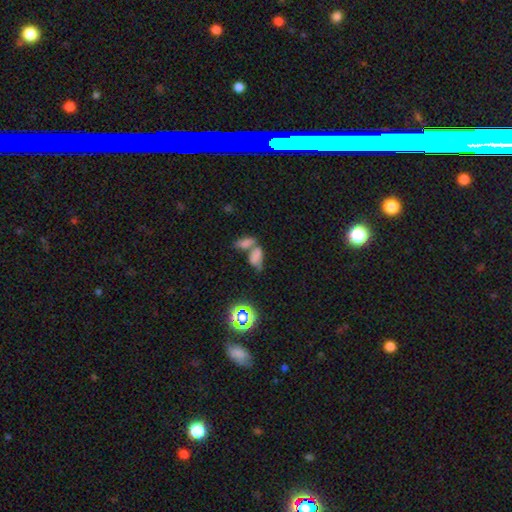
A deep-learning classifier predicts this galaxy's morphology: A smooth galaxy with no disk features (67%) that is in between round and cigar-shaped (87%).

Vote fractions:
- Smooth or featured? smooth: 67% / star or artifact: 17% / featured or disk: 16%
- How rounded? in between: 87% / cigar-shaped: 7% / round: 6%
- Merging? merger: 65% / none: 19% / minor disturbance: 9% / major disturbance: 7%